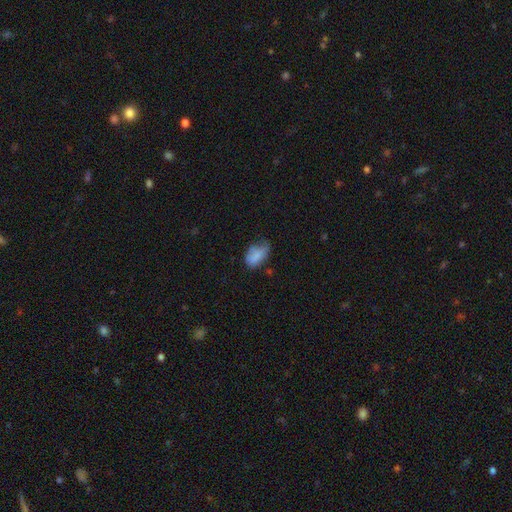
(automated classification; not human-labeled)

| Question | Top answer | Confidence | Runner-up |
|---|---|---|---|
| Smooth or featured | smooth | 76% | featured or disk (15%) |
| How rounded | in between | 90% | round (7%) |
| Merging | minor disturbance | 42% | none (35%) |